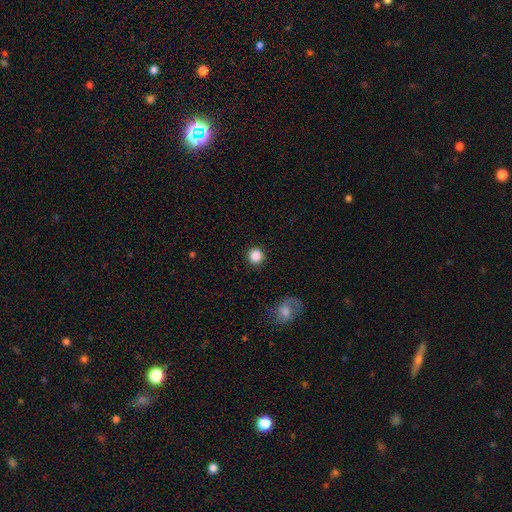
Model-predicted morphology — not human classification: Smooth or featured? smooth (87%)
How rounded? round (94%)
Merging? none (91%)